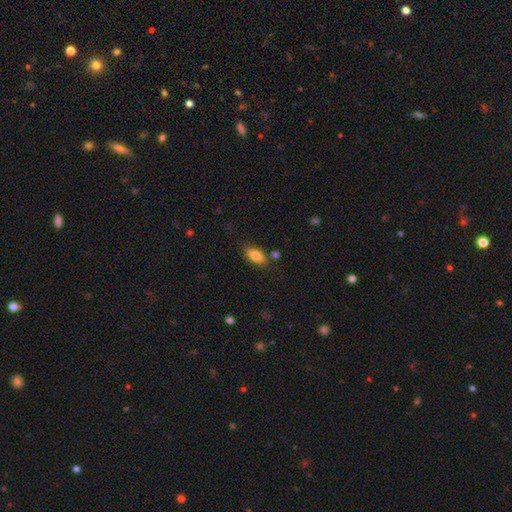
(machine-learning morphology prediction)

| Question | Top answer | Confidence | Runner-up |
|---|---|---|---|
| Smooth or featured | smooth | 84% | featured or disk (8%) |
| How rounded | in between | 88% | cigar-shaped (8%) |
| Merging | none | 79% | minor disturbance (13%) |